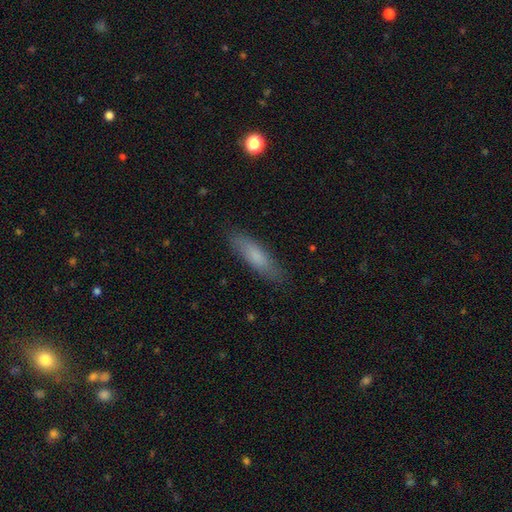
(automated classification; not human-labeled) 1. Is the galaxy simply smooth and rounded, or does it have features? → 75% smooth, 18% featured or disk, 7% star or artifact.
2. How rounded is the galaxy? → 67% cigar-shaped, 31% in between, 2% round.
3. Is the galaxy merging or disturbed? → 84% none, 12% minor disturbance, 3% major disturbance, 1% merger.